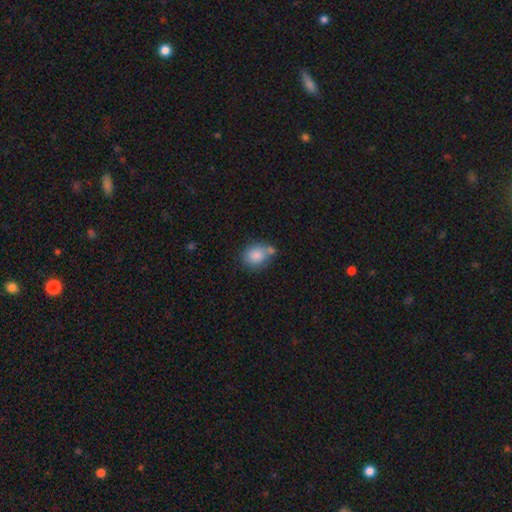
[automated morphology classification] The model was most divided on "merging": none: 48%, merger: 25%, minor disturbance: 20%, major disturbance: 7%. More confident: smooth or featured — smooth (83%); how rounded — round (69%).